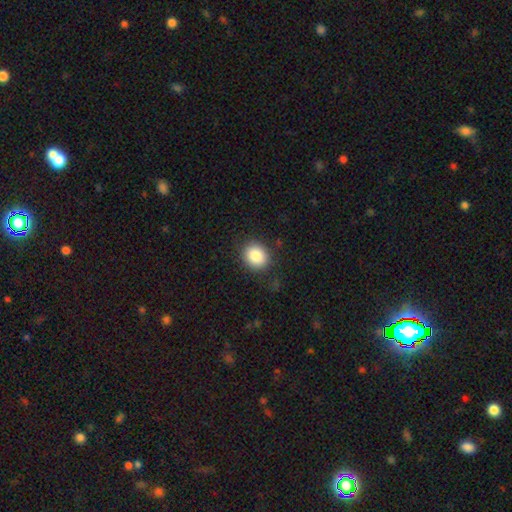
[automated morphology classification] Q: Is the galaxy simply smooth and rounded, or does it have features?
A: smooth — 86%.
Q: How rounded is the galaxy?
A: round — 73%.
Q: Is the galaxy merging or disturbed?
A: none — 86%.